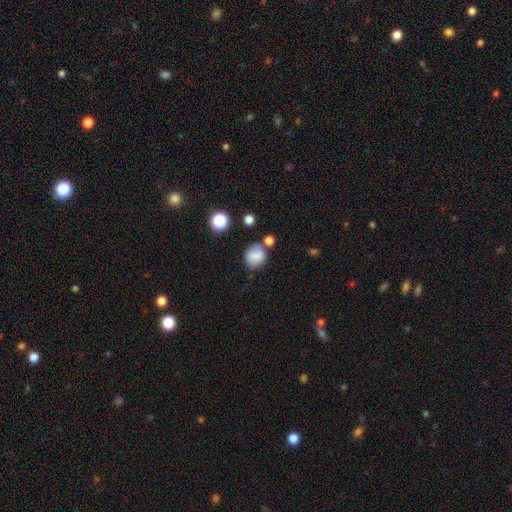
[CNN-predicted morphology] Smooth or featured? smooth (79%)
How rounded? round (66%)
Merging? none (60%)